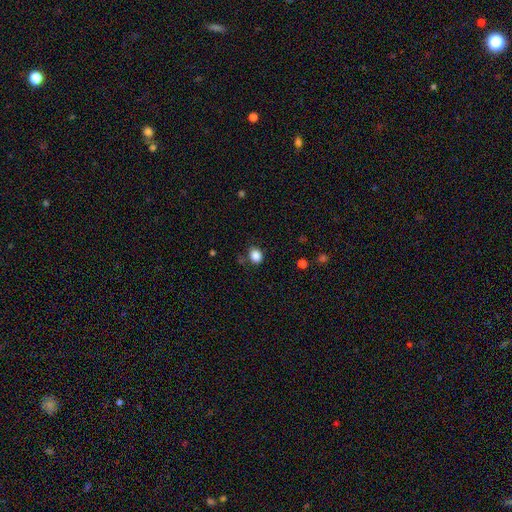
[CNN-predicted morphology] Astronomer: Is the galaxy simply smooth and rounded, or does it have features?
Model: smooth — 86%.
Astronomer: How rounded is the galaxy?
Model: round — 55% (runner-up: in between, 44%).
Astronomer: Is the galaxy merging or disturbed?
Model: none — 75%.